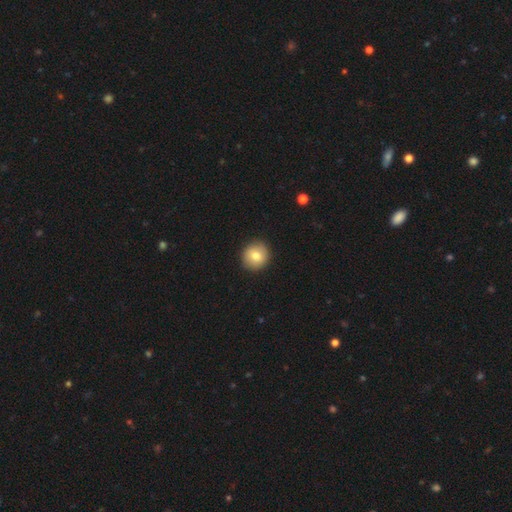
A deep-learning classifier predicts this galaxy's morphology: Overall: smooth (79%). How rounded: round (92%). Merging: none (90%).